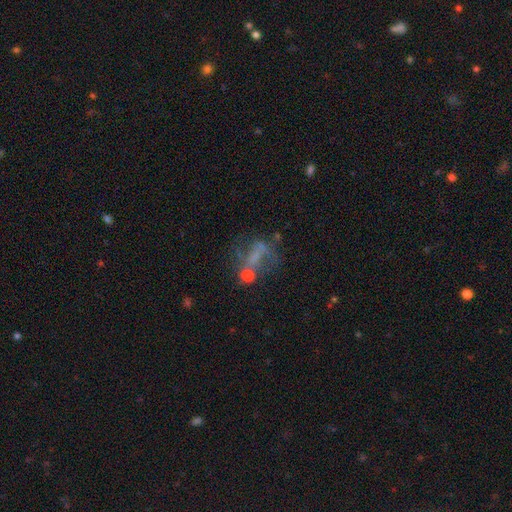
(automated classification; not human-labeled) Overall: featured or disk (46%; smooth 30%). Merging: none (37%; major disturbance 30%).